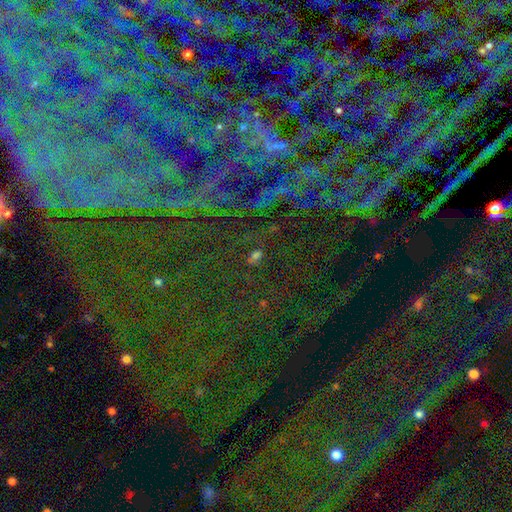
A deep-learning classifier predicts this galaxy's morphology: smooth_or_featured: star or artifact (p=0.51) [alt: smooth p=0.35]